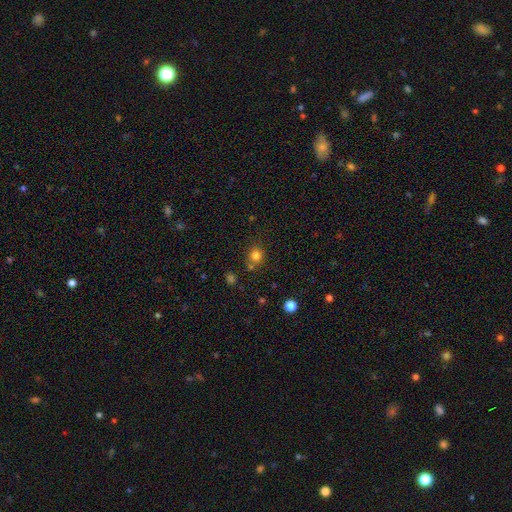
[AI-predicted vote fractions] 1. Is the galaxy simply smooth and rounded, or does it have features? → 79% smooth, 15% star or artifact, 6% featured or disk.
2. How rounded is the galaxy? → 85% round, 14% in between, 1% cigar-shaped.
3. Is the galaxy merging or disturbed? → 71% none, 15% merger, 11% minor disturbance, 4% major disturbance.